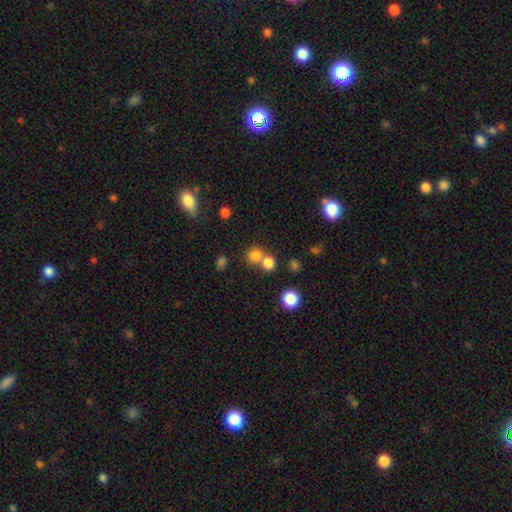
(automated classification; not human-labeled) Overall: smooth (79%). How rounded: round (85%). Merging: none (54%; merger 37%).